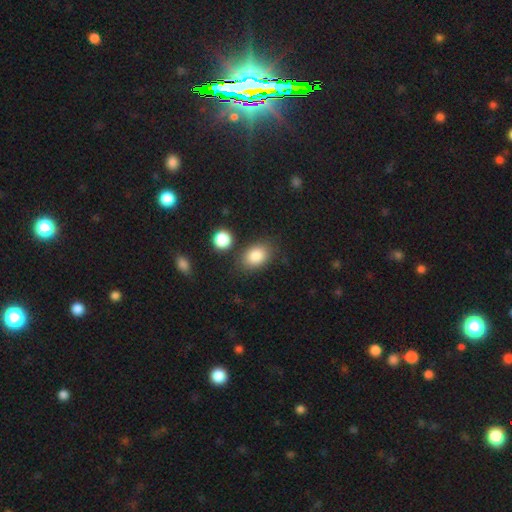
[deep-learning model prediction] A smooth galaxy with no disk features (86%) that is in between round and cigar-shaped (79%). Merging: none (76%).